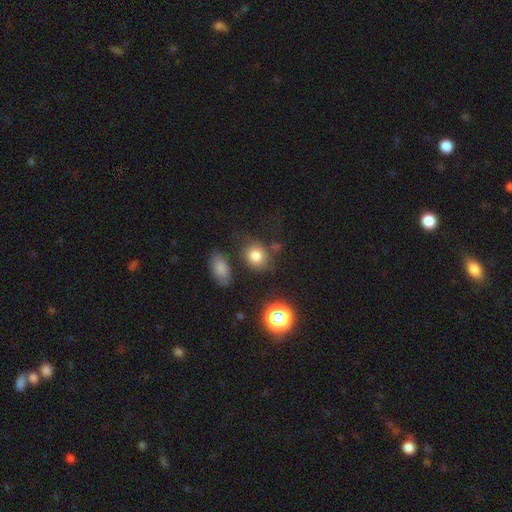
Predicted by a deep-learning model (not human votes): Morphology: type=smooth (78%); roundness=round (63%); merging=none (72%).